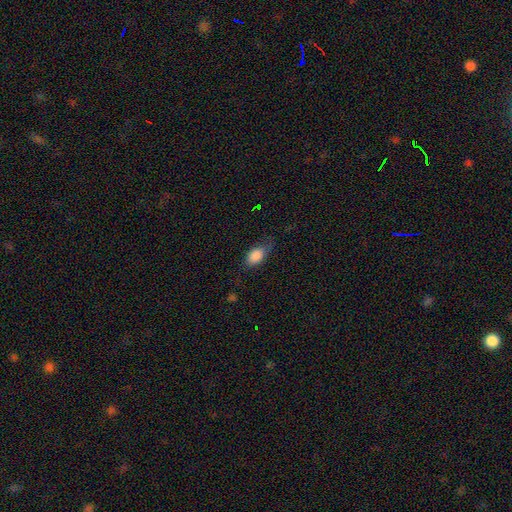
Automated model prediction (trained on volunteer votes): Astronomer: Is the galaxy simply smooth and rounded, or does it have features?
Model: smooth — 85%.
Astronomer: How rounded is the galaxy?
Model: in between — 87%.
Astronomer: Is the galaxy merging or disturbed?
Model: none — 58%.